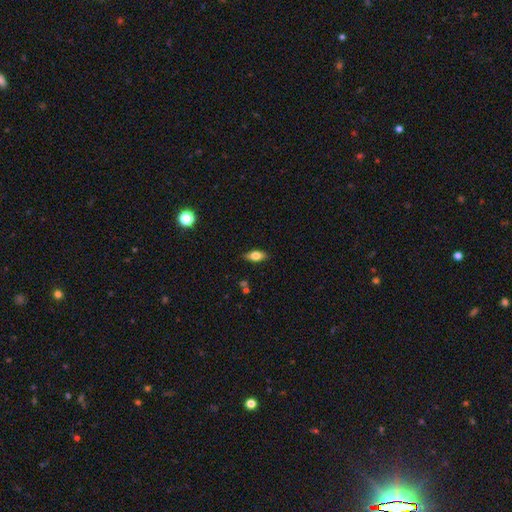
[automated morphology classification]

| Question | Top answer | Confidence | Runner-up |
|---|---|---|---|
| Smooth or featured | smooth | 69% | featured or disk (23%) |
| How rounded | in between | 83% | cigar-shaped (12%) |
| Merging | none | 85% | minor disturbance (11%) |